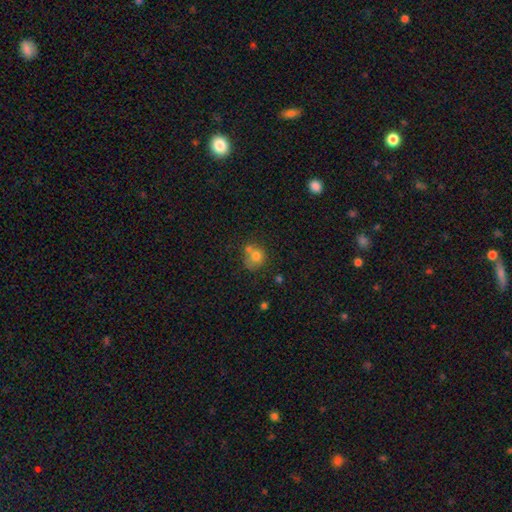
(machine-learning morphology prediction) This appears to be a smooth galaxy with no disk features (73%) that is round (76%). Merging: none (39%, tied with merger).